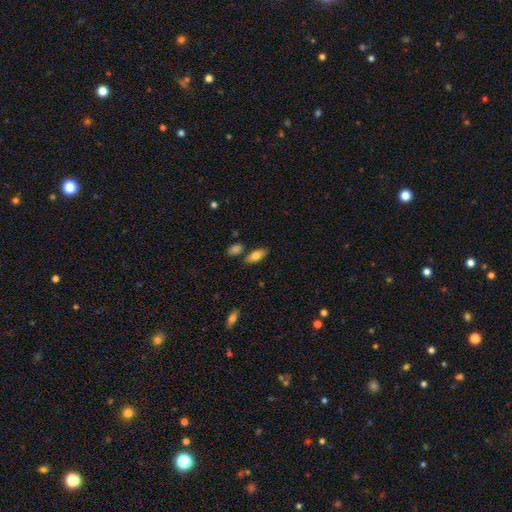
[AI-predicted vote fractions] Smooth or featured? smooth (78%)
How rounded? in between (83%)
Merging? none (77%)